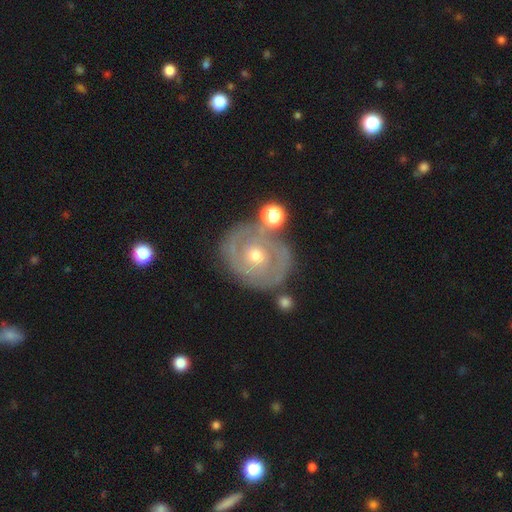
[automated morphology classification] smooth-or-featured: featured or disk: 84% | smooth: 11% | star or artifact: 6%
  disk-edge-on: no: 97% | yes: 3%
    bar: no: 77% | weak: 18% | strong: 5%
    has-spiral-arms: yes: 87% | no: 13%
      spiral-winding: tight: 73% | medium: 21% | loose: 6%
      spiral-arm-count: 2: 48% | can't tell: 26% | 3: 13% | 1: 5% | 4: 4% | more than 4: 4%
    bulge-size: moderate: 51% | small: 45% | large: 2% | none: 1% | dominant: 1%
  merging: none: 72% | minor disturbance: 16% | major disturbance: 6% | merger: 6%